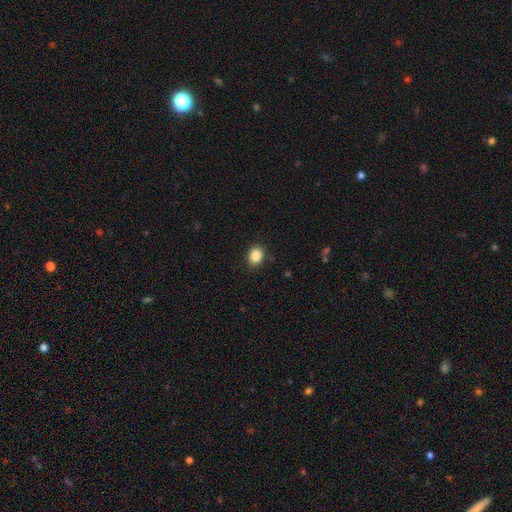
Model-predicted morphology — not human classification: This appears to be a smooth galaxy with no disk features (86%) that is round (53%). Merging: none (88%).